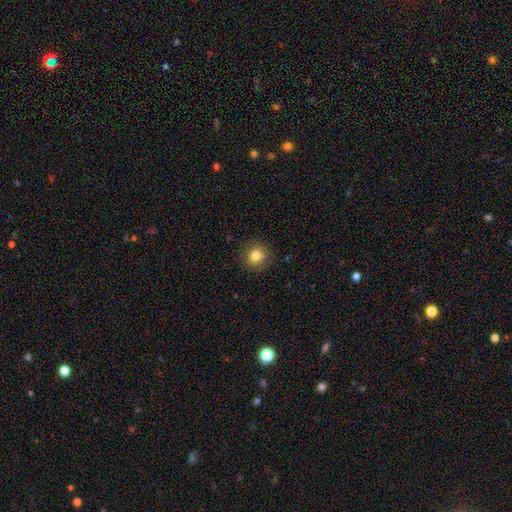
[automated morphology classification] Smooth or featured?
  - smooth: 81% *
  - star or artifact: 11%
  - featured or disk: 8%
How rounded?
  - round: 88% *
  - in between: 11%
  - cigar-shaped: 1%
Merging?
  - none: 86% *
  - minor disturbance: 9%
  - major disturbance: 3%
  - merger: 2%